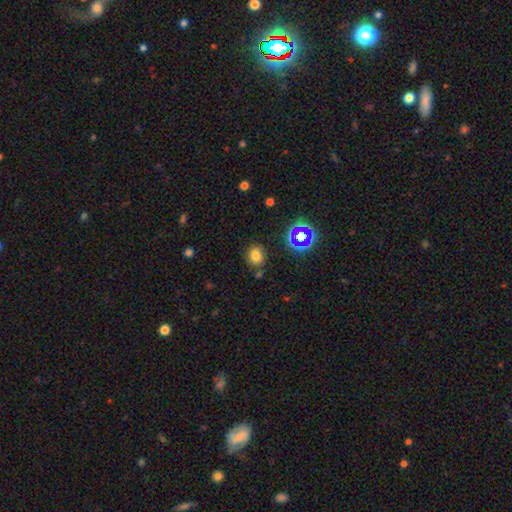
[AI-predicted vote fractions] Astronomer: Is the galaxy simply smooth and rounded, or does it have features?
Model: smooth — 74%.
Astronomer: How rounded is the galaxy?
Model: round — 68%.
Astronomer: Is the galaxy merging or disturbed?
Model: none — 81%.